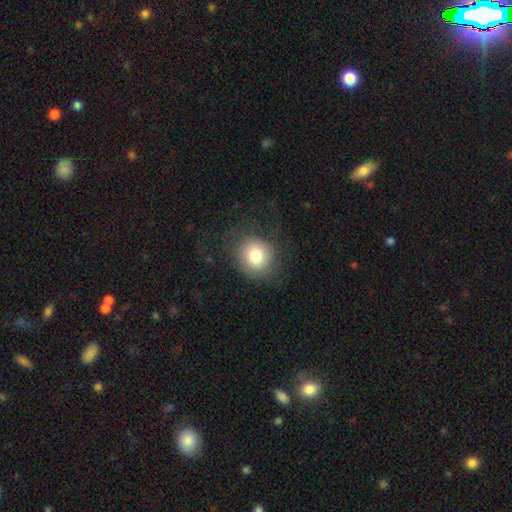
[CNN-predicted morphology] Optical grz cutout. It shows a smooth galaxy with no disk features (77%) that is round (86%). Merging: none (75%).